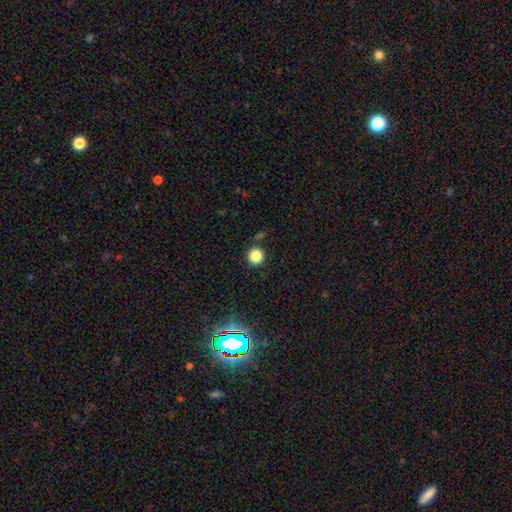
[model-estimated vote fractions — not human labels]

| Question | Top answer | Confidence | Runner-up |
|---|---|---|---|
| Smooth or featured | smooth | 84% | star or artifact (12%) |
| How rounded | round | 94% | in between (5%) |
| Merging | none | 86% | minor disturbance (7%) |